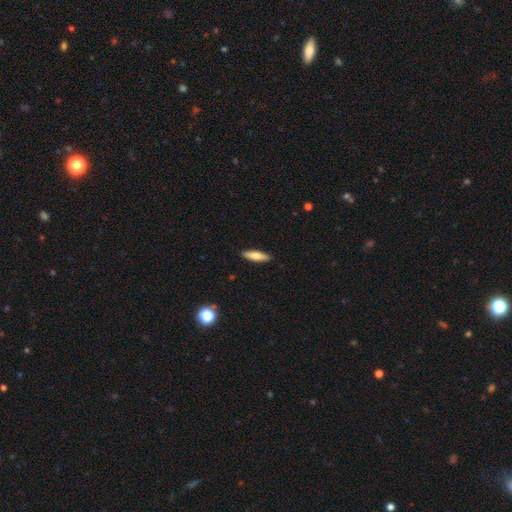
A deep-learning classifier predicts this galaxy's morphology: Smooth or featured: smooth — 75% (featured or disk — 19%)
How rounded: cigar-shaped — 62% (in between — 36%)
Merging: none — 90% (minor disturbance — 7%)